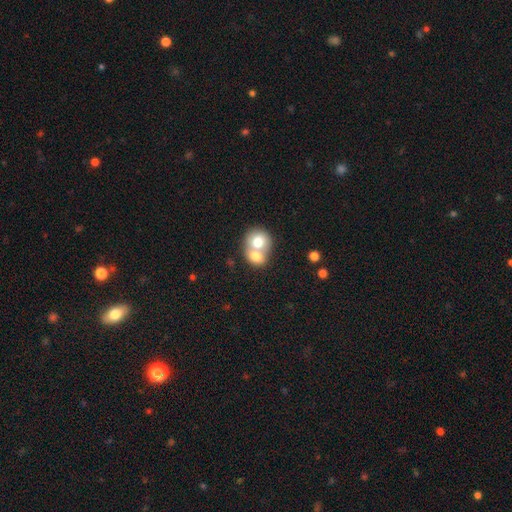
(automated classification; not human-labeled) Morphology: type=smooth (71%); roundness=round (68%); merging=merger (73%).